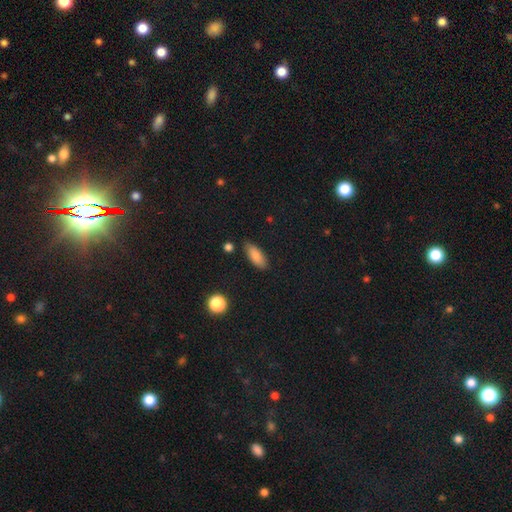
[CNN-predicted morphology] This is clearly a smooth galaxy (84%). How rounded: likely in between (78%). Merging: likely none (80%).